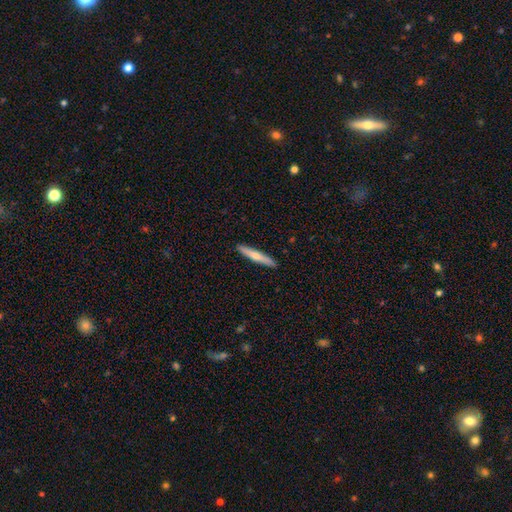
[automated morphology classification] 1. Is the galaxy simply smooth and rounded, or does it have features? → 57% smooth, 38% featured or disk, 5% star or artifact.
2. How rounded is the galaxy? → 93% cigar-shaped, 6% in between, 1% round.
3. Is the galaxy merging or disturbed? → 92% none, 6% minor disturbance, 1% major disturbance, 1% merger.